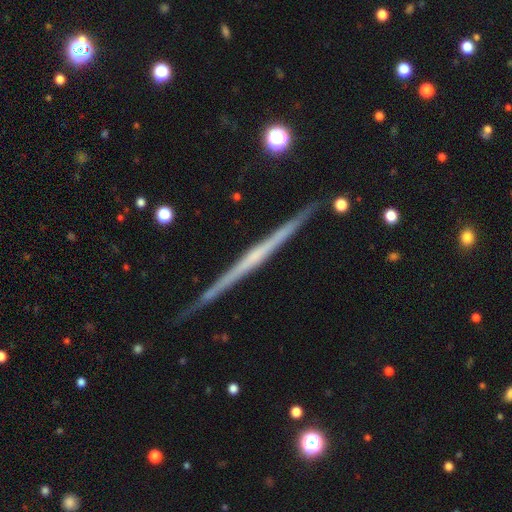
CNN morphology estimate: smooth-or-featured: featured or disk: 77% | smooth: 17% | star or artifact: 6%
  disk-edge-on: yes: 98% | no: 2%
    edge-on-bulge: none: 74% | rounded: 19% | boxy: 7%
  merging: none: 91% | minor disturbance: 7% | merger: 1% | major disturbance: 1%